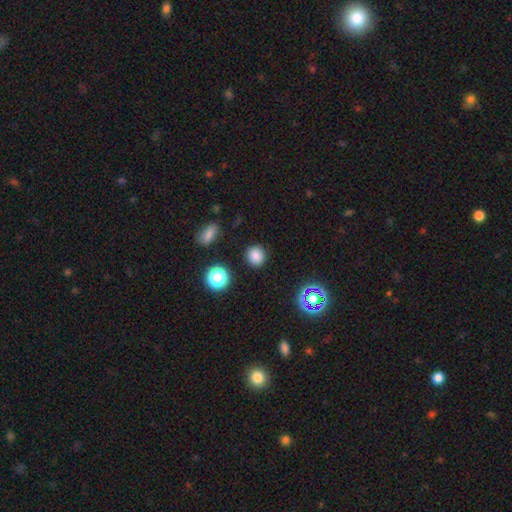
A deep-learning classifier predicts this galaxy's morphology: Overall: smooth (81%). How rounded: round (88%). Merging: none (89%).